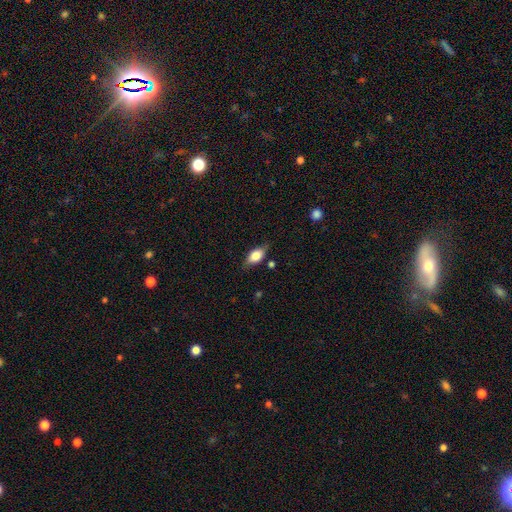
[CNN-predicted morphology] The model was most divided on "smooth or featured": smooth: 72%, featured or disk: 21%, star or artifact: 7%. More confident: how rounded — in between (85%); merging — none (74%).